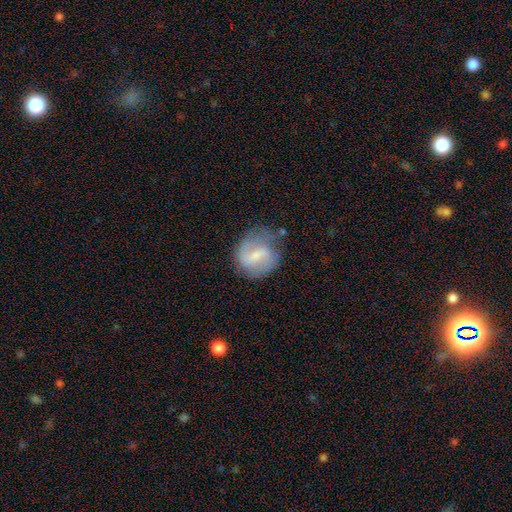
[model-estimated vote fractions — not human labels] Smooth or featured? featured or disk (65%)
Edge-on disk? no (97%)
Bar? weak (54%)
Spiral arms? yes (85%)
Spiral winding? medium (44%)
Spiral arm count? 2 (80%)
Bulge size? small (53%)
Merging? none (62%)